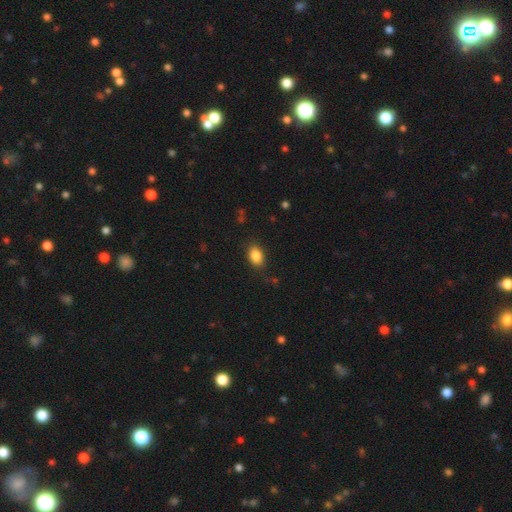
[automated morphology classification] type=smooth (87%); roundness=in between (80%); merging=none (83%).